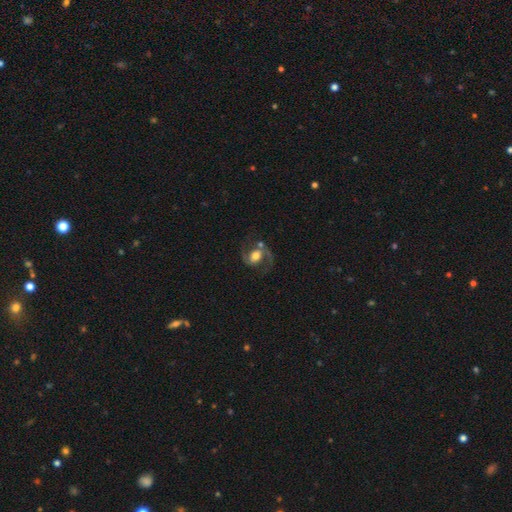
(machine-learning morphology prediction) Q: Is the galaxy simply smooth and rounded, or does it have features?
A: featured or disk — 79%.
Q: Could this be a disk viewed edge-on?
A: no — 97%.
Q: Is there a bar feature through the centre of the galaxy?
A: no — 50%.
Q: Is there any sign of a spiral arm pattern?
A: yes — 93%.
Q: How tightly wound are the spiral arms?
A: medium — 53%.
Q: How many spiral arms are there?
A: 2 — 90%.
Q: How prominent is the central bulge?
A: moderate — 56%.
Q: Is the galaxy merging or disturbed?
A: none — 64%.